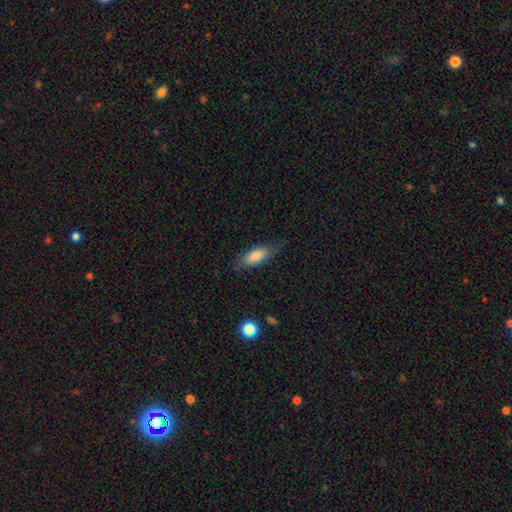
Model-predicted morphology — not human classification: A smooth galaxy with no disk features (77%) that is in between round and cigar-shaped (68%). Merging: none (75%).